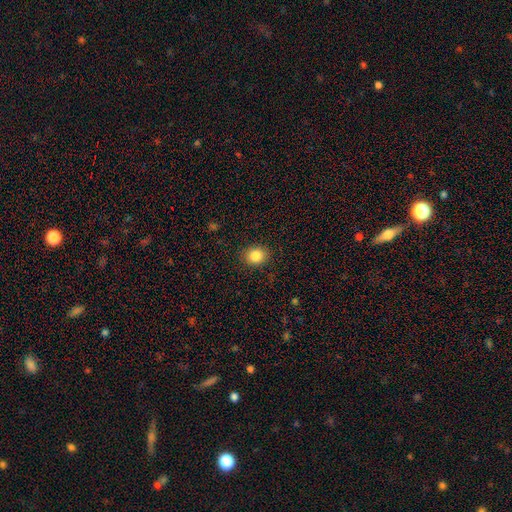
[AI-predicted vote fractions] smooth 85%, star or artifact 10%, featured or disk 5%. Down the decision tree: how rounded — round (61%); merging — none (88%).